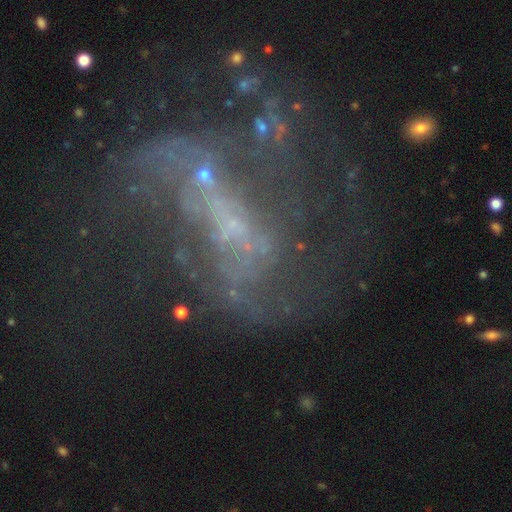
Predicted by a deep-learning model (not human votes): smooth-or-featured: featured or disk: 75% | star or artifact: 16% | smooth: 8%
  disk-edge-on: no: 97% | yes: 3%
    bar: no: 42% | weak: 37% | strong: 21%
    has-spiral-arms: yes: 72% | no: 28%
      spiral-winding: loose: 55% | medium: 33% | tight: 12%
      spiral-arm-count: 2: 53% | can't tell: 22% | 3: 9% | 1: 7% | 4: 5% | more than 4: 5%
    bulge-size: small: 45% | none: 41% | moderate: 10% | large: 2% | dominant: 1%
  merging: none: 44% | major disturbance: 33% | minor disturbance: 16% | merger: 7%